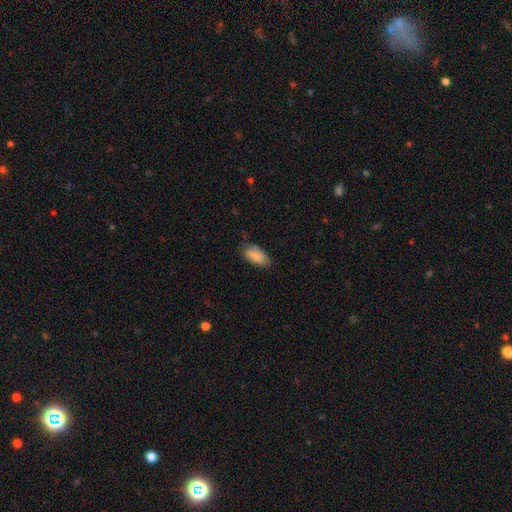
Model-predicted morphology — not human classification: This appears to be a smooth galaxy with no disk features (81%) that is in between round and cigar-shaped (93%). Merging: none (67%).